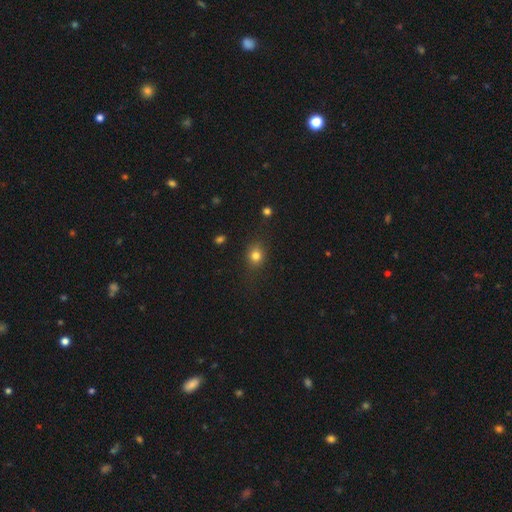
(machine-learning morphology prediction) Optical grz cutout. It shows a smooth galaxy with no disk features (80%) that is round (67%). Merging: none (82%).